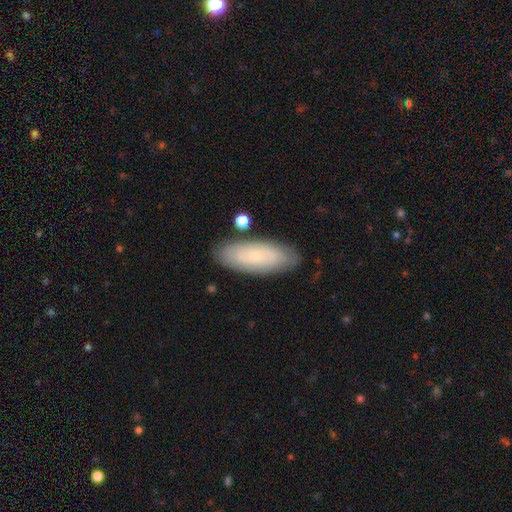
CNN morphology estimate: smooth-or-featured: smooth: 60% | featured or disk: 32% | star or artifact: 7%
  how-rounded: in between: 70% | cigar-shaped: 28% | round: 2%
  merging: none: 81% | minor disturbance: 13% | merger: 3% | major disturbance: 3%